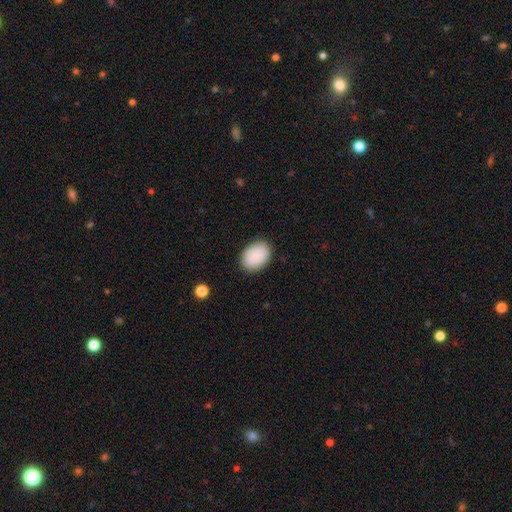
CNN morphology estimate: type=smooth (88%); roundness=in between (81%); merging=none (86%).